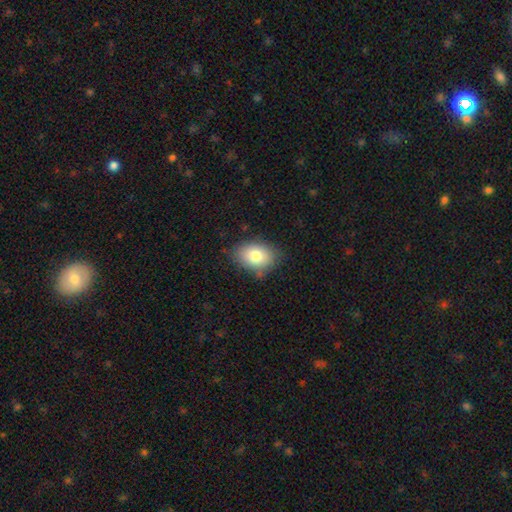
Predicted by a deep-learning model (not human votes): Smooth or featured?
  - smooth: 79% *
  - featured or disk: 12%
  - star or artifact: 8%
How rounded?
  - in between: 79% *
  - round: 20%
  - cigar-shaped: 1%
Merging?
  - none: 78% *
  - minor disturbance: 17%
  - major disturbance: 4%
  - merger: 2%